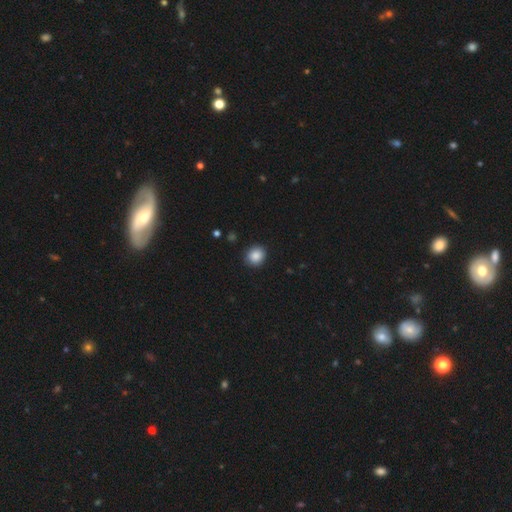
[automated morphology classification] A smooth galaxy with no disk features (87%) that is round (80%). Merging: none (89%).